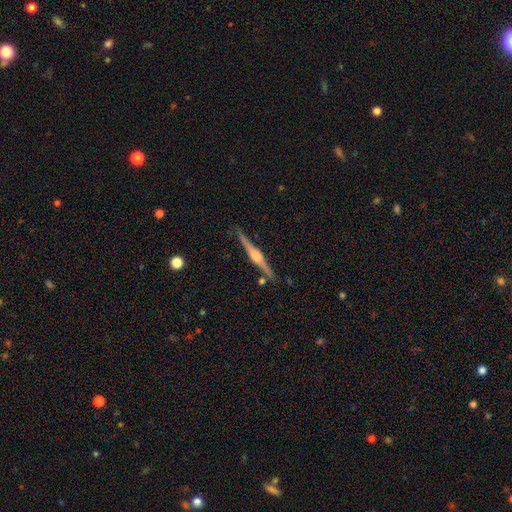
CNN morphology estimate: Smooth or featured?
  - featured or disk: 84% *
  - smooth: 10%
  - star or artifact: 5%
Edge-on disk?
  - yes: 98% *
  - no: 2%
Edge-on bulge?
  - rounded: 80% *
  - boxy: 16%
  - none: 3%
Merging?
  - none: 88% *
  - minor disturbance: 8%
  - merger: 3%
  - major disturbance: 2%